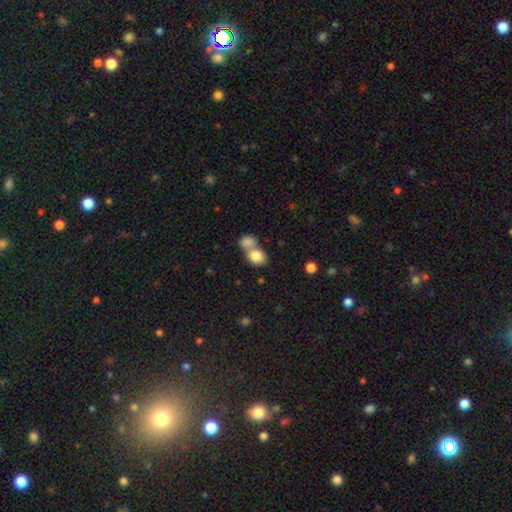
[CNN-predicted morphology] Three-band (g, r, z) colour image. It shows a smooth galaxy with no disk features (82%) that is round (58%). Merging: merger (62%).